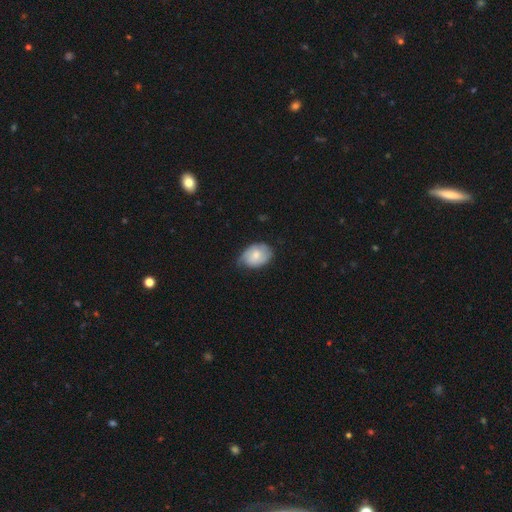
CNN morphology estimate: This is likely a smooth galaxy (67%). How rounded: likely in between (79%). Merging: possibly none (55%).